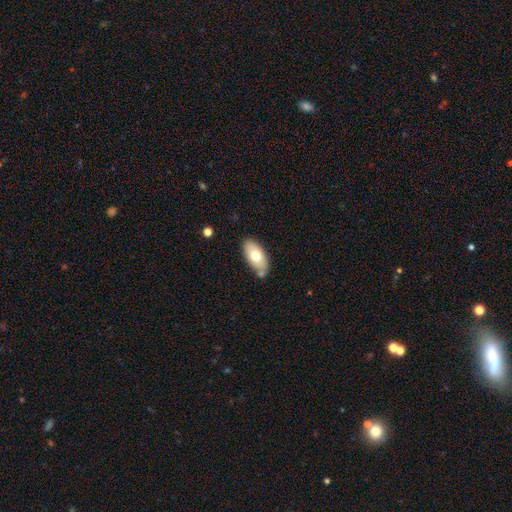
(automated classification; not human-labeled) A smooth galaxy with no disk features (70%) that is in between round and cigar-shaped (93%). Merging: none (70%).